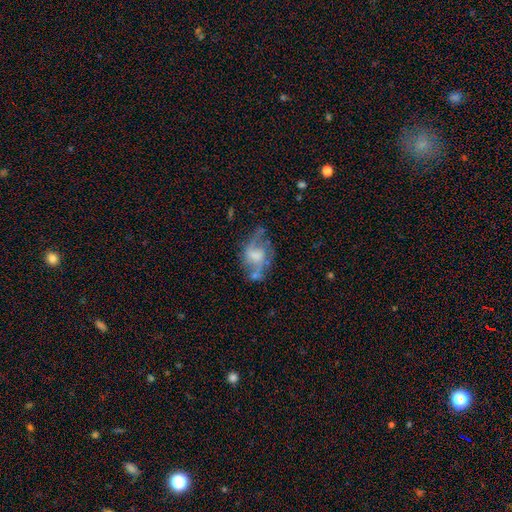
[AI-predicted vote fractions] smooth_or_featured: featured or disk (p=0.70) [alt: smooth p=0.22]
disk_edge_on: no (p=0.97) [alt: yes p=0.03]
bar: no (p=0.45) [tied with: weak p=0.45]
has_spiral_arms: yes (p=0.79) [alt: no p=0.21]
spiral_winding: loose (p=0.52) [alt: medium p=0.38]
spiral_arm_count: 2 (p=0.74) [alt: can't tell p=0.12]
bulge_size: moderate (p=0.31) [alt: none p=0.30]
merging: none (p=0.47) [alt: minor disturbance p=0.25]